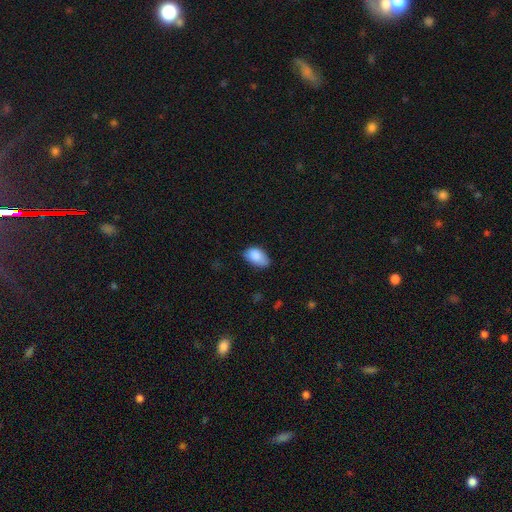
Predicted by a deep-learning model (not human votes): A smooth galaxy with no disk features (86%) that is in between round and cigar-shaped (92%). Merging: none (58%).